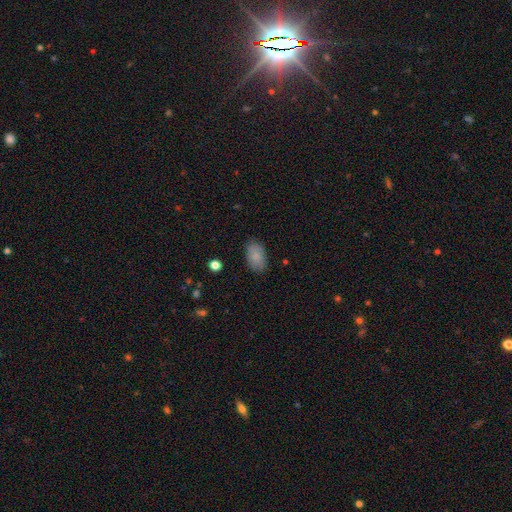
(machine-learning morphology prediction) A smooth galaxy with no disk features (86%) that is in between round and cigar-shaped (93%).

Vote fractions:
- Smooth or featured? smooth: 86% / star or artifact: 7% / featured or disk: 7%
- How rounded? in between: 93% / round: 6% / cigar-shaped: 2%
- Merging? none: 84% / minor disturbance: 12% / major disturbance: 3% / merger: 1%